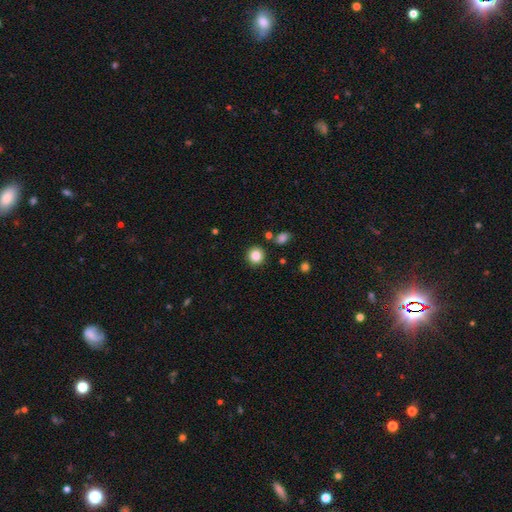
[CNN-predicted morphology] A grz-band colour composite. It shows a smooth galaxy with no disk features (85%) that is round (90%). Merging: none (87%).